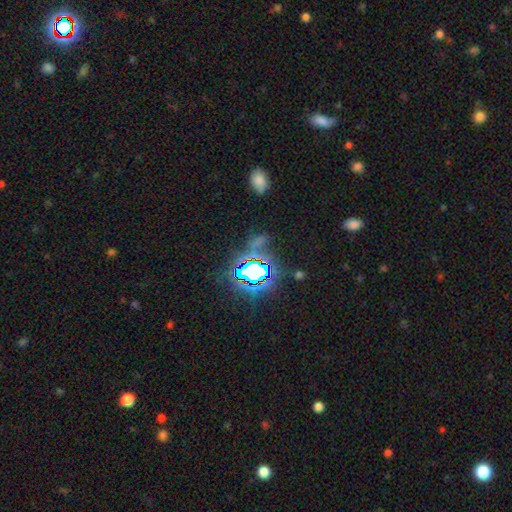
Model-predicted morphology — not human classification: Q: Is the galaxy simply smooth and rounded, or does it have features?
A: star or artifact — 77%.